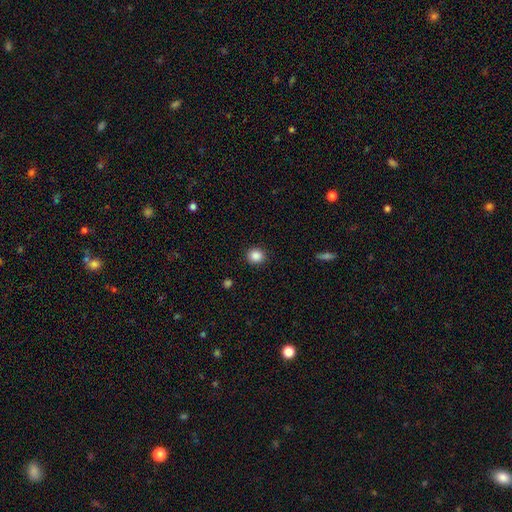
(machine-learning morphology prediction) The model was most divided on "how rounded": round: 88%, in between: 11%, cigar-shaped: 1%. More confident: merging — none (91%); smooth or featured — smooth (87%).